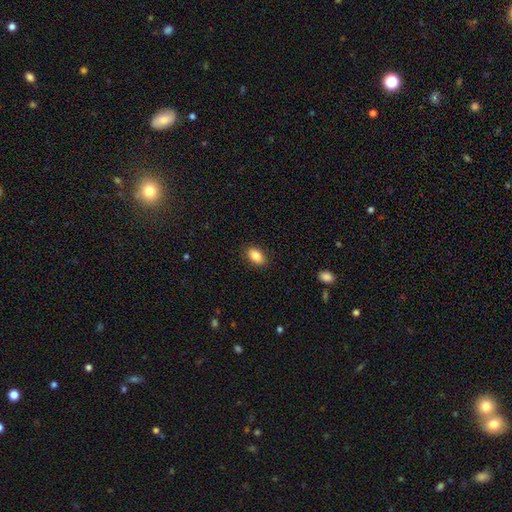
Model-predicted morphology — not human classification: This is clearly a smooth galaxy (86%). How rounded: clearly in between (89%). Merging: clearly none (86%).